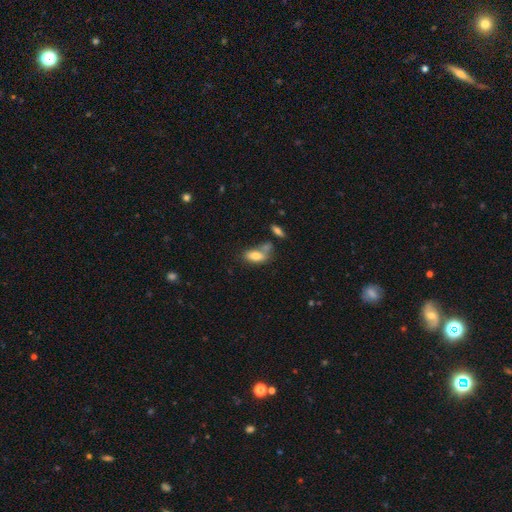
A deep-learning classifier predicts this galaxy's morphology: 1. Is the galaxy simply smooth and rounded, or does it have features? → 78% smooth, 14% featured or disk, 8% star or artifact.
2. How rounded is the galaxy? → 86% in between, 10% cigar-shaped, 4% round.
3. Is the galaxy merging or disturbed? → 45% none, 26% merger, 20% minor disturbance, 8% major disturbance.